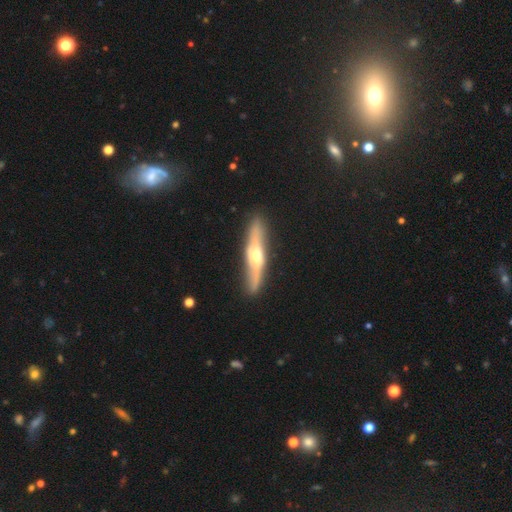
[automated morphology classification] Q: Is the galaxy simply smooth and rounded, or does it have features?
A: featured or disk — 66%.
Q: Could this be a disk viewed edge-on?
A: yes — 87%.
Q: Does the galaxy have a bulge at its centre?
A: rounded — 89%.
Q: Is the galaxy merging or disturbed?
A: none — 88%.